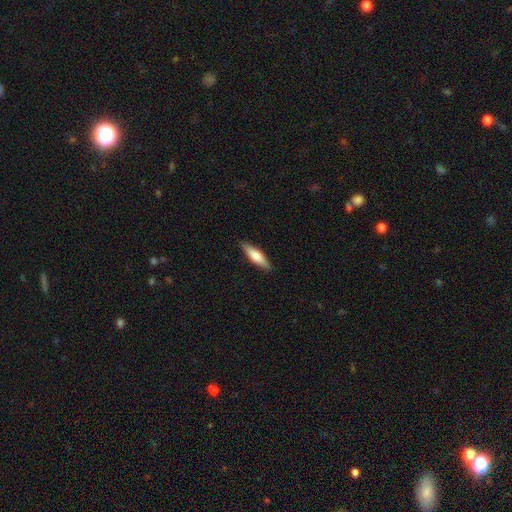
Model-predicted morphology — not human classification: This appears to be a smooth galaxy with no disk features (68%) that is cigar-shaped (65%). Merging: none (89%).